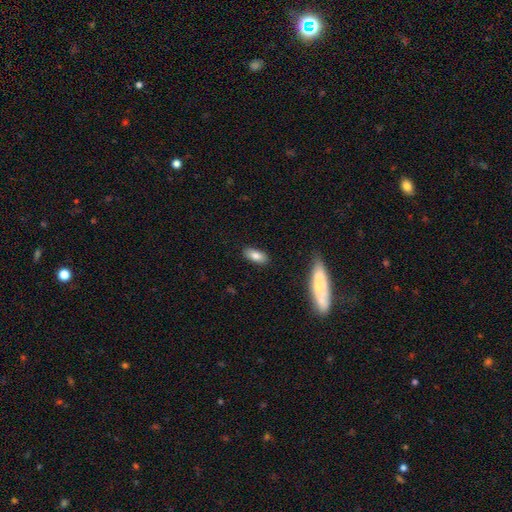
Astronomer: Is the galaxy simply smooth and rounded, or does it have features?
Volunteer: smooth — 92%.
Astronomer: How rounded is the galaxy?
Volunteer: in between — 84%.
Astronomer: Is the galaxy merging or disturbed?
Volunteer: none — 88%.